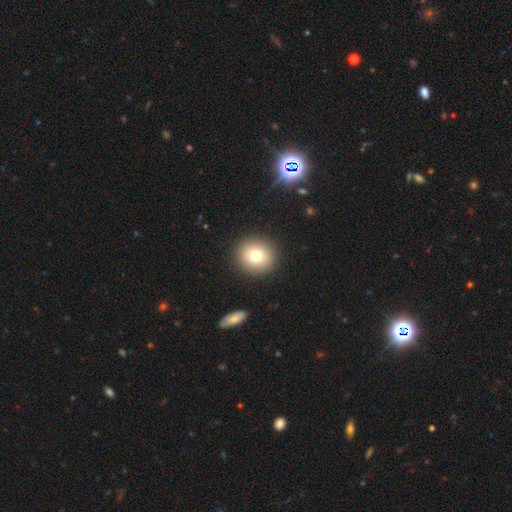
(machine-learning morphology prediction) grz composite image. It shows a smooth galaxy with no disk features (77%) that is round (89%). Merging: none (90%).